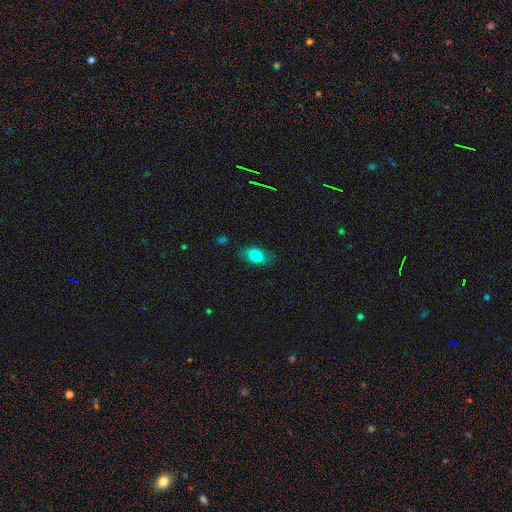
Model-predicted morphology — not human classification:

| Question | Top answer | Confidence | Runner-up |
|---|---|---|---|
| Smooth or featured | smooth | 81% | featured or disk (10%) |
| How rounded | in between | 86% | round (11%) |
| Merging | none | 80% | minor disturbance (15%) |